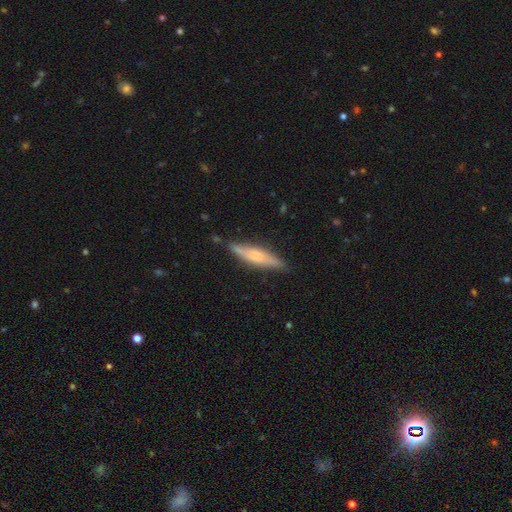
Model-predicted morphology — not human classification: The model was most divided on "smooth or featured": smooth: 47%, featured or disk: 46%, star or artifact: 6%. More confident: merging — none (82%).